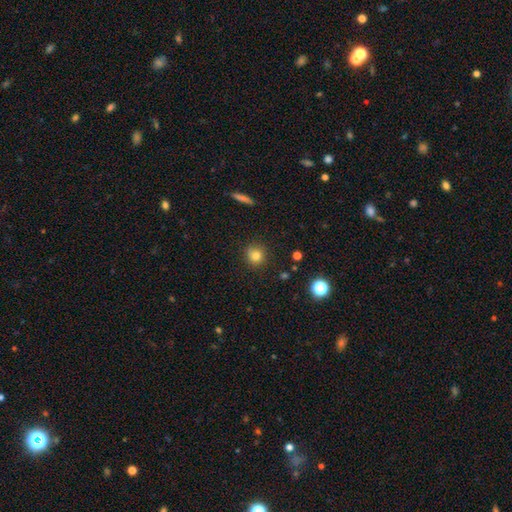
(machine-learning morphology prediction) Smooth or featured? Predicted: smooth (p=0.79). How rounded? Predicted: round (p=0.85). Merging? Predicted: none (p=0.77).